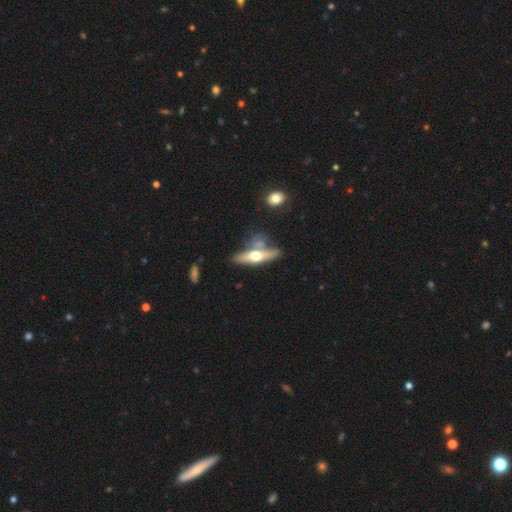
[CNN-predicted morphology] A featured or disk galaxy (58%) viewed edge-on (88%) with a rounded central bulge (95%).

Vote fractions:
- Smooth or featured? featured or disk: 58% / smooth: 35% / star or artifact: 6%
- Edge-on disk? yes: 88% / no: 12%
- Edge-on bulge? rounded: 95% / boxy: 3% / none: 3%
- Merging? none: 56% / merger: 23% / minor disturbance: 15% / major disturbance: 7%